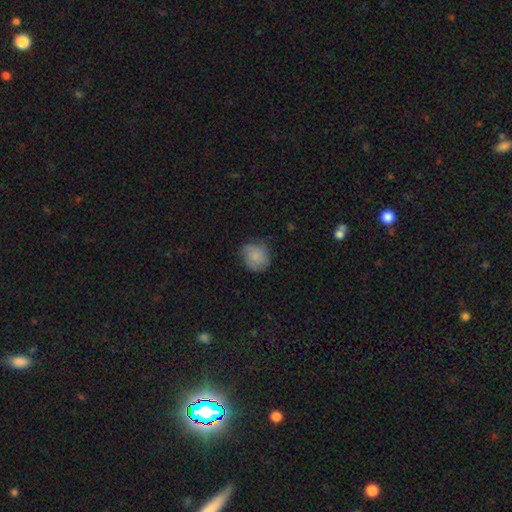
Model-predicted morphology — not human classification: Smooth or featured? smooth (75%)
How rounded? round (81%)
Merging? none (65%)